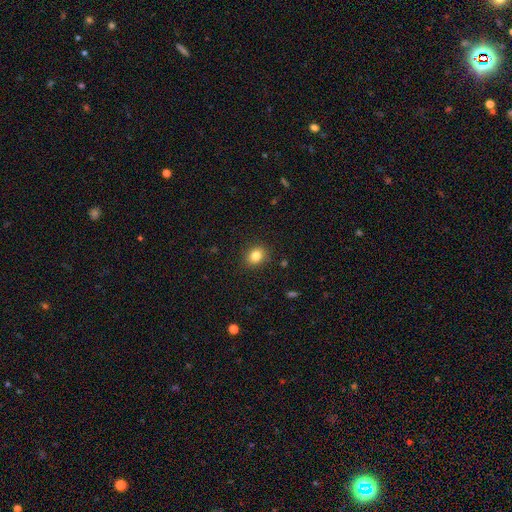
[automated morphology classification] Smooth or featured? smooth (83%)
How rounded? round (57%)
Merging? none (89%)